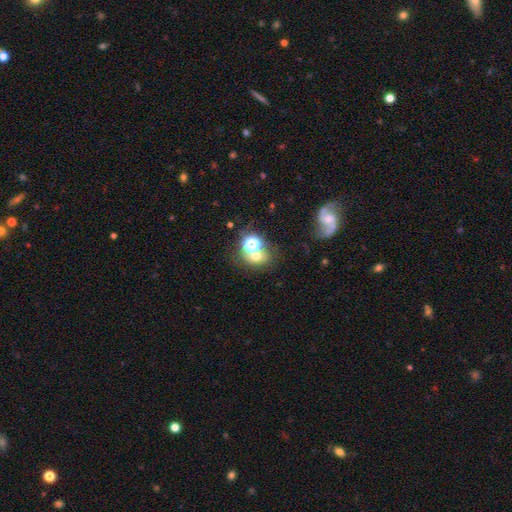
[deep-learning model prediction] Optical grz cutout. It shows a smooth galaxy with no disk features (53%) that is round (67%). Merging: none (52%).